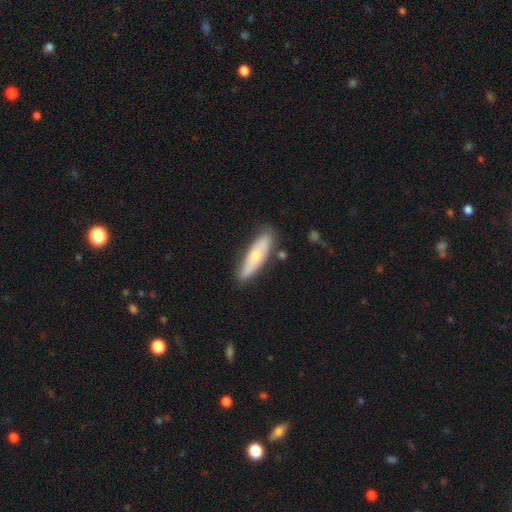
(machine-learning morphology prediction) A smooth galaxy with no disk features (58%) that is cigar-shaped (61%). Merging: none (80%).